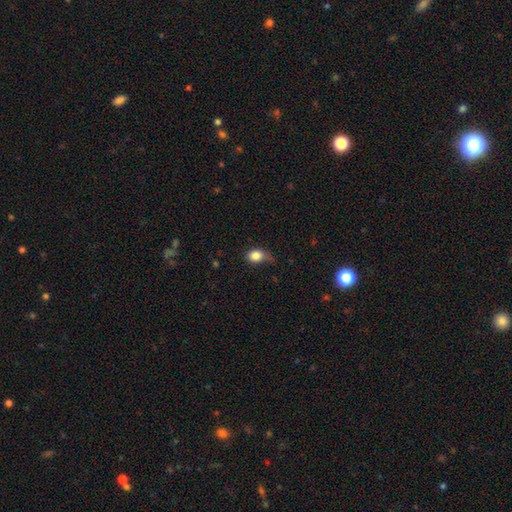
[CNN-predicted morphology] smooth_or_featured: smooth (p=0.84) [alt: star or artifact p=0.09]
how_rounded: in between (p=0.61) [alt: round p=0.37]
merging: none (p=0.45) [alt: minor disturbance p=0.39]